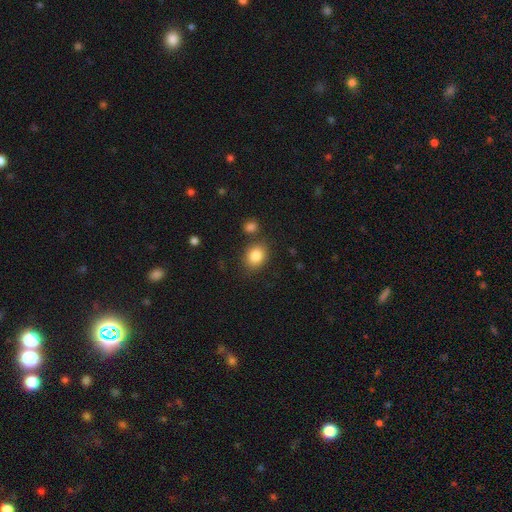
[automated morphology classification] smooth 84%, star or artifact 9%, featured or disk 7%. Down the decision tree: how rounded — round (50%); merging — none (76%).